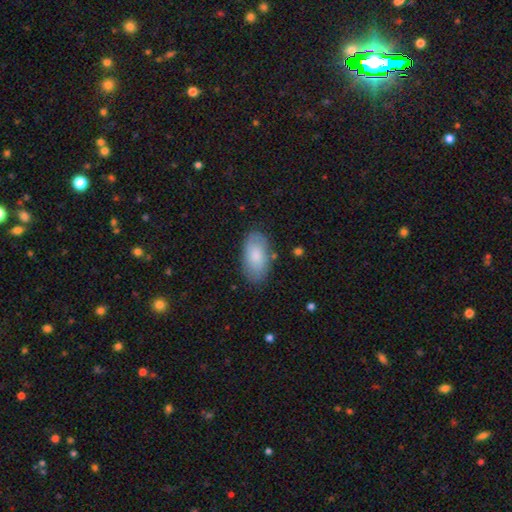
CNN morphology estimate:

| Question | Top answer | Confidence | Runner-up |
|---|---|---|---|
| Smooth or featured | smooth | 76% | featured or disk (17%) |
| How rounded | in between | 95% | round (3%) |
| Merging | none | 79% | minor disturbance (16%) |